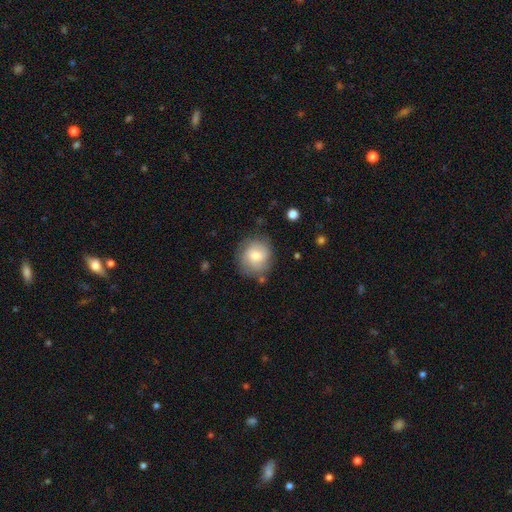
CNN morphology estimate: smooth 55%, featured or disk 37%, star or artifact 8%. Down the decision tree: how rounded — round (86%); merging — none (76%).